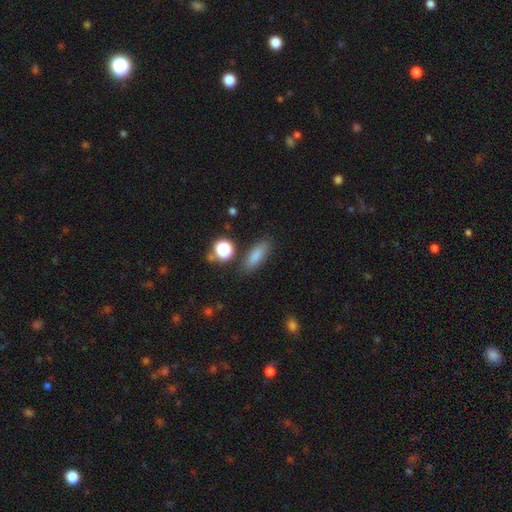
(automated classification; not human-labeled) Smooth or featured? Predicted: smooth (p=0.81). How rounded? Predicted: in between (p=0.64). Merging? Predicted: none (p=0.79).